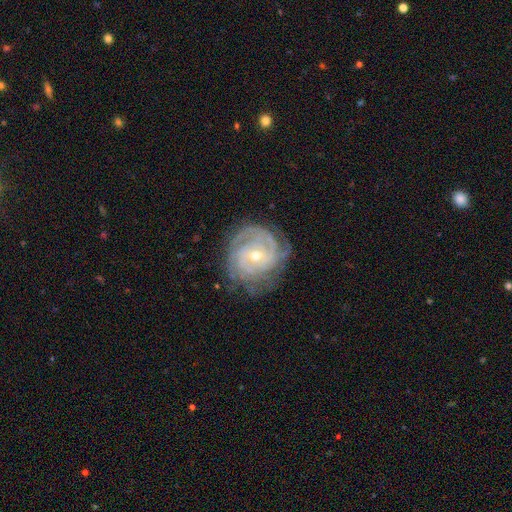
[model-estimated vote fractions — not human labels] This is clearly a featured or disk galaxy (88%). It is clearly not viewed edge-on (97%). Bar: likely no (62%). Spiral arm pattern: clearly yes (97%). Spiral arm count: marginally 3 (26%). Spiral winding: likely tight (77%). Central bulge: possibly small (55%). Merging: likely none (76%).